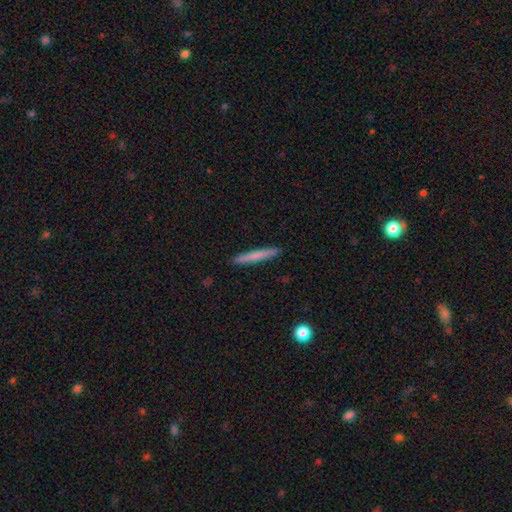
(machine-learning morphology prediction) Q: Smooth or featured?
A: smooth (71%); runner-up: featured or disk (23%)
Q: How rounded?
A: cigar-shaped (96%); runner-up: in between (3%)
Q: Merging?
A: none (92%); runner-up: minor disturbance (6%)